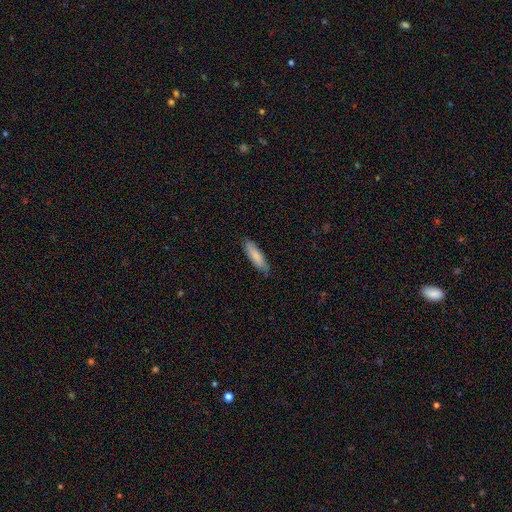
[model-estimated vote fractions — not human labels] Overall: smooth (83%). How rounded: cigar-shaped (69%; in between 30%). Merging: none (86%).